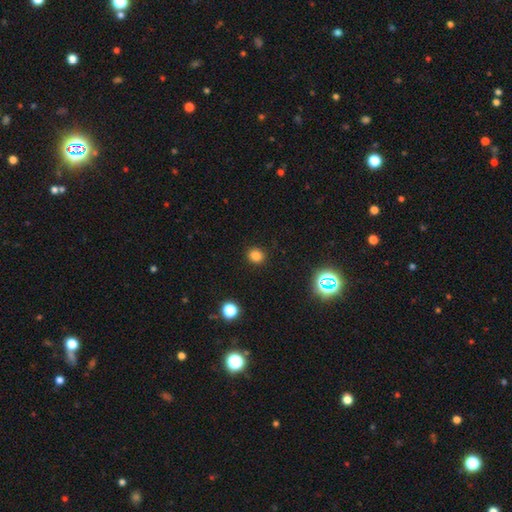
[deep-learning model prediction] Smooth or featured?
  - smooth: 81% *
  - star or artifact: 15%
  - featured or disk: 4%
How rounded?
  - round: 80% *
  - in between: 19%
  - cigar-shaped: 1%
Merging?
  - none: 90% *
  - minor disturbance: 7%
  - major disturbance: 2%
  - merger: 1%